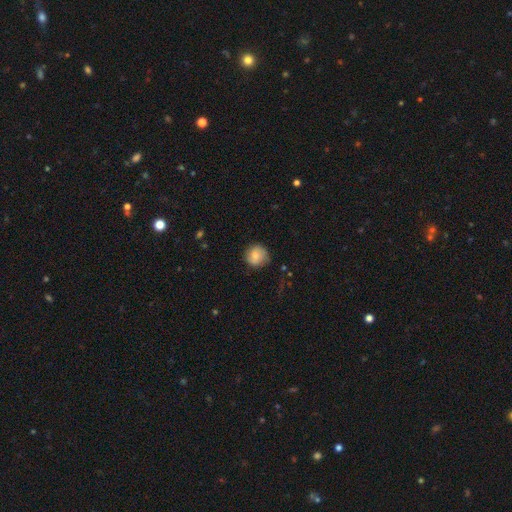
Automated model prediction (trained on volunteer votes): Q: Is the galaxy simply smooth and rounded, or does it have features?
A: smooth — 80%.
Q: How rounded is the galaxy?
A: round — 90%.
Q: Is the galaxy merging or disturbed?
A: none — 79%.